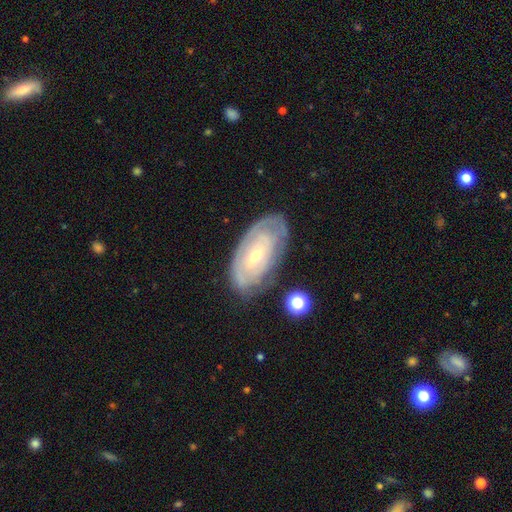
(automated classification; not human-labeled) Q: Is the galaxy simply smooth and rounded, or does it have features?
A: featured or disk — 73%.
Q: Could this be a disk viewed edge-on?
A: no — 93%.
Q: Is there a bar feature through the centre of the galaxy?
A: no — 66%.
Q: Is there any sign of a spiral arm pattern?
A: yes — 72%.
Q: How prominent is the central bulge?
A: small — 65%.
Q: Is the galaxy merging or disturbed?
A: none — 68%.